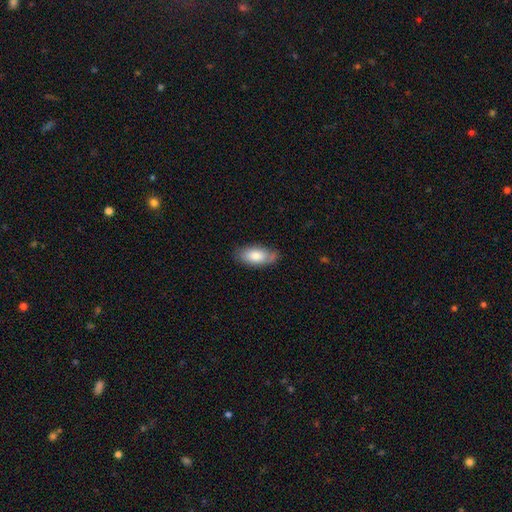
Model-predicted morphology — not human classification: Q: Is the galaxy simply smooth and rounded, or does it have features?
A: smooth — 79%.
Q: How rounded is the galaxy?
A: in between — 91%.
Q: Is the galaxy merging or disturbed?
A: none — 72%.